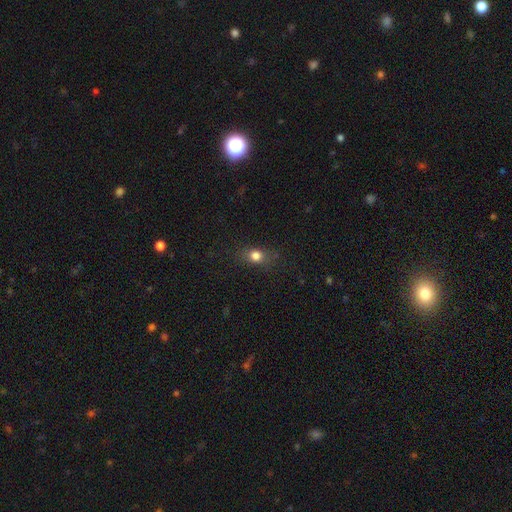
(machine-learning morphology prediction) Q: Smooth or featured?
A: smooth (77%); runner-up: star or artifact (13%)
Q: How rounded?
A: in between (48%); runner-up: round (46%)
Q: Merging?
A: none (78%); runner-up: minor disturbance (15%)